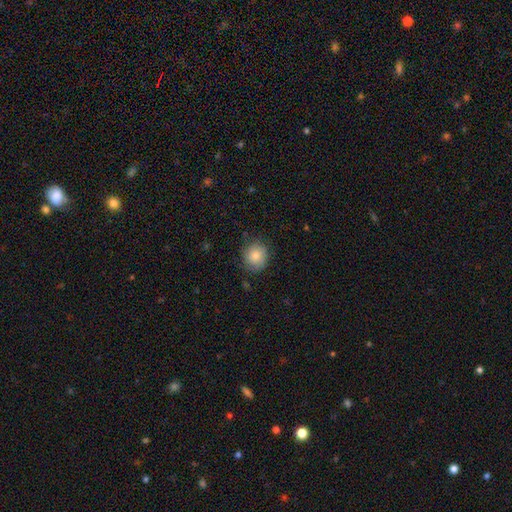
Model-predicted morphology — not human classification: A smooth galaxy with no disk features (80%) that is round (82%). Merging: none (79%).